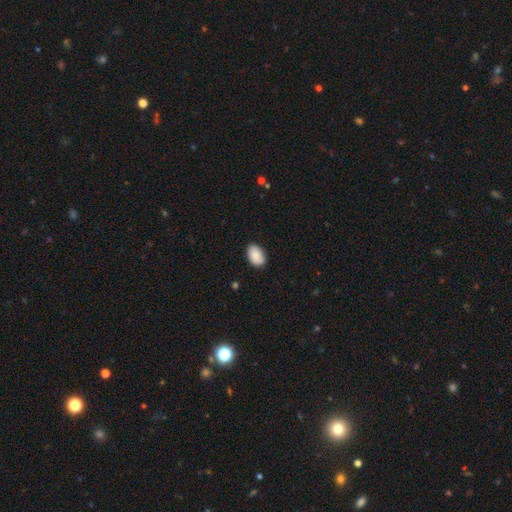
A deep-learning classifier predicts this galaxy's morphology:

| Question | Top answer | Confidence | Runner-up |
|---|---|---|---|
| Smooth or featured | smooth | 89% | star or artifact (6%) |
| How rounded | in between | 90% | round (9%) |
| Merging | none | 84% | minor disturbance (13%) |